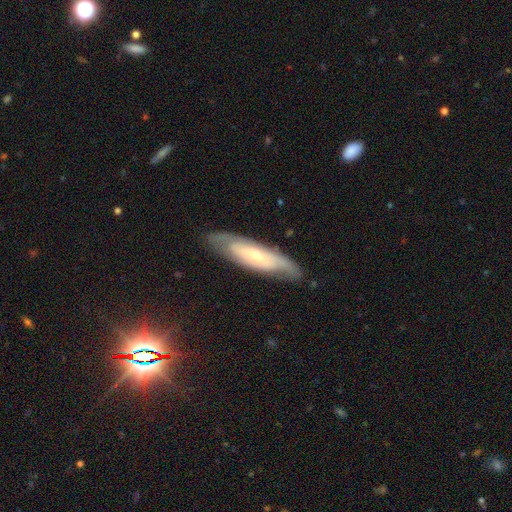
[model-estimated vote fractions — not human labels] smooth-or-featured: featured or disk: 62% | smooth: 31% | star or artifact: 6%
  disk-edge-on: no: 66% | yes: 34%
  merging: none: 75% | minor disturbance: 18% | major disturbance: 6% | merger: 2%